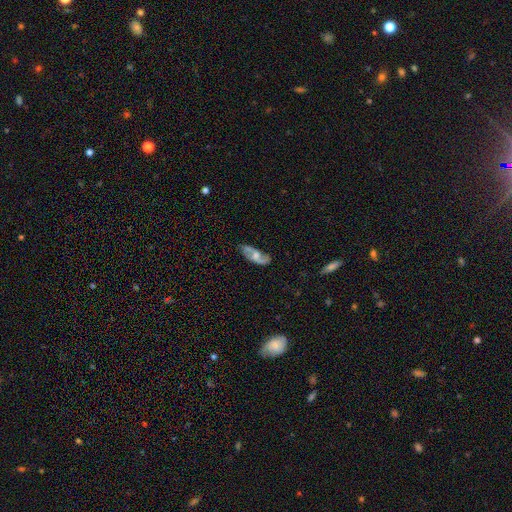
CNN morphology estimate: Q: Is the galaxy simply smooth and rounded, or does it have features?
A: featured or disk — 71%.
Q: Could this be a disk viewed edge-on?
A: no — 92%.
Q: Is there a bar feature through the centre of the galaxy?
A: no — 53%.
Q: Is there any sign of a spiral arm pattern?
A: yes — 89%.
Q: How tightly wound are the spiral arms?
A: loose — 44%.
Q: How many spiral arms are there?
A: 2 — 86%.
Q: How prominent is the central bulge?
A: moderate — 55%.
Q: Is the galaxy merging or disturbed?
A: none — 71%.